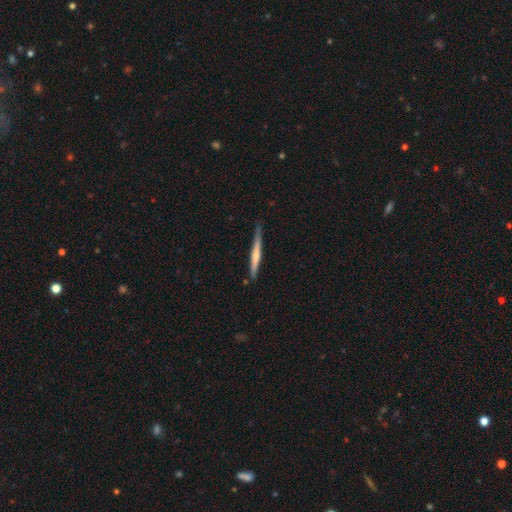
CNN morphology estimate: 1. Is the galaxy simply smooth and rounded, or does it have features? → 48% smooth, 47% featured or disk, 5% star or artifact.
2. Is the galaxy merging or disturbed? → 78% none, 18% minor disturbance, 2% major disturbance, 2% merger.